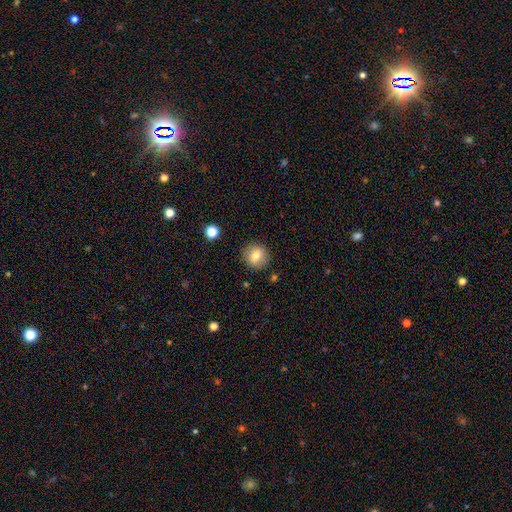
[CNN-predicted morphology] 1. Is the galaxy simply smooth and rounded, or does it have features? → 80% smooth, 11% featured or disk, 9% star or artifact.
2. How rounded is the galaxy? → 87% round, 12% in between, 1% cigar-shaped.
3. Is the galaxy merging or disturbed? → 87% none, 9% minor disturbance, 3% major disturbance, 2% merger.